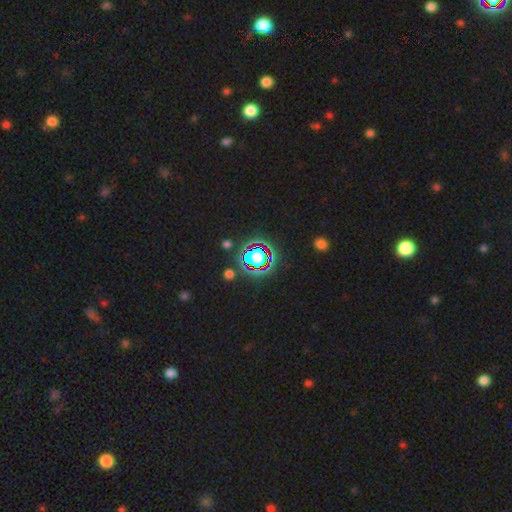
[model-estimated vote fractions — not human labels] smooth-or-featured: star or artifact: 64% | smooth: 23% | featured or disk: 13%